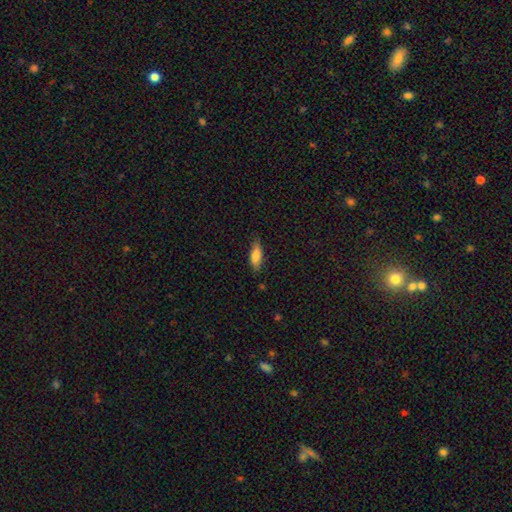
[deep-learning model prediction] Morphology: type=smooth (81%); roundness=in between (65%); merging=none (79%).